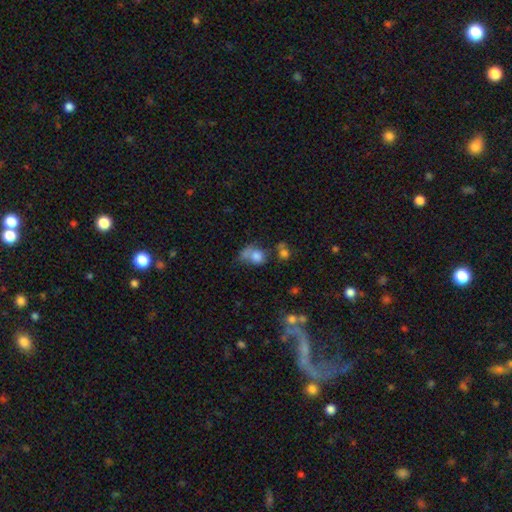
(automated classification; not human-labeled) The model was most divided on "merging": merger: 32%, none: 30%, minor disturbance: 20%, major disturbance: 18%. More confident: smooth or featured — smooth (74%); how rounded — round (54%).